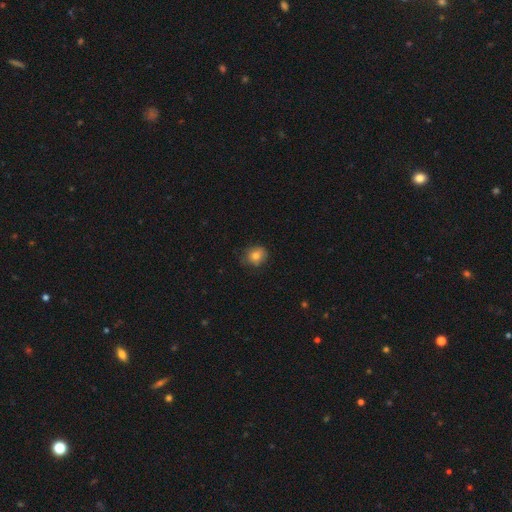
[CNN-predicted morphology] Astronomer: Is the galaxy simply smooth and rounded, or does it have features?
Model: smooth — 81%.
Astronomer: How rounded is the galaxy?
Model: round — 72%.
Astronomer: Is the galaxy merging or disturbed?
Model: none — 74%.